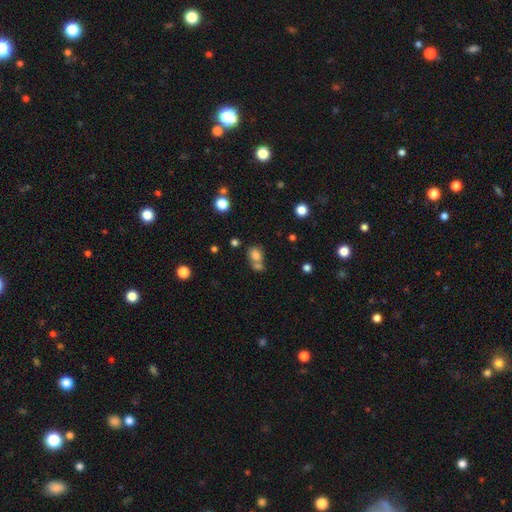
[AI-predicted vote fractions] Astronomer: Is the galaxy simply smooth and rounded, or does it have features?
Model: smooth — 78%.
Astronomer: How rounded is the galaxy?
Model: round — 55% (runner-up: in between, 43%).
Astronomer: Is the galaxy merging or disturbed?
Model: merger — 45% (runner-up: none, 40%).